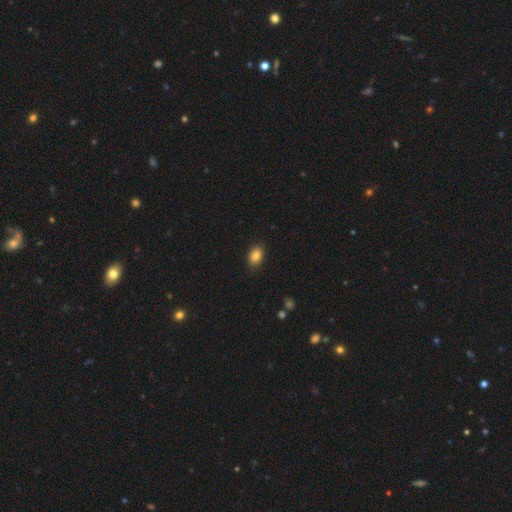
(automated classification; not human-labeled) smooth_or_featured: smooth (p=0.86) [alt: star or artifact p=0.09]
how_rounded: in between (p=0.79) [alt: round p=0.19]
merging: none (p=0.87) [alt: minor disturbance p=0.10]